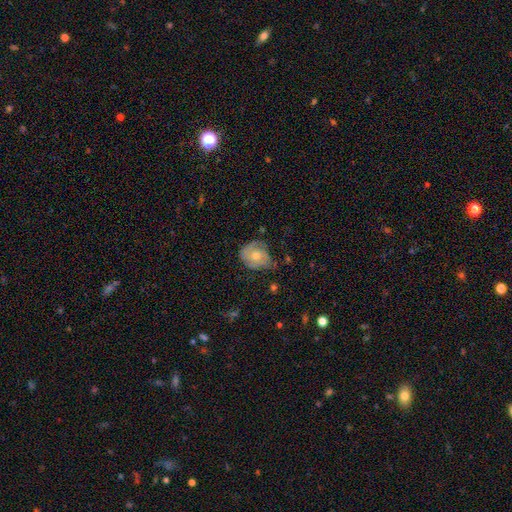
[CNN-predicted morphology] This appears to be a featured or disk galaxy (64%) with no bar (79%), 2 (45%) tight (58%) spiral arms (84%) and a moderate central bulge (64%). Merging: none (59%).